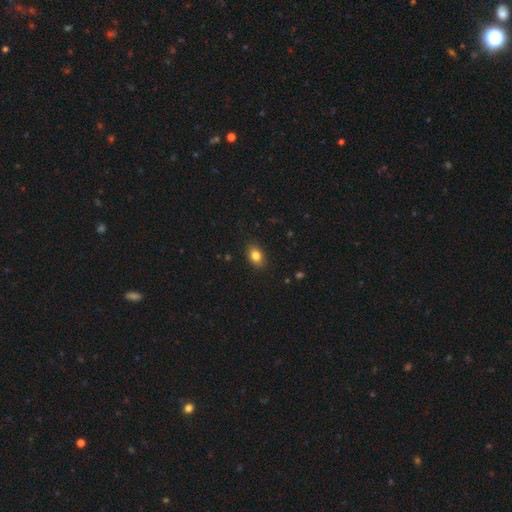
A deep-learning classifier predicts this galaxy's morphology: A smooth galaxy with no disk features (82%) that is in between round and cigar-shaped (75%). Merging: none (87%).